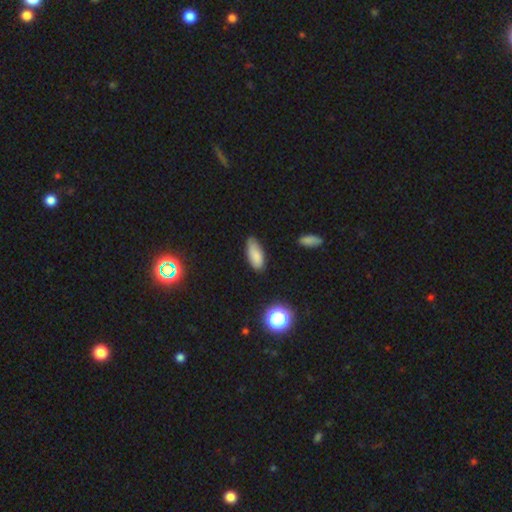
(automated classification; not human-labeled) Smooth or featured? smooth (83%)
How rounded? in between (83%)
Merging? none (70%)